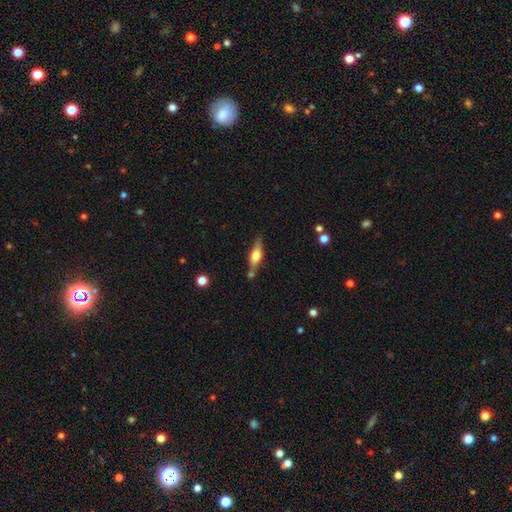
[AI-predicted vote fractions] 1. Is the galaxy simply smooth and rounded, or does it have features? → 53% featured or disk, 40% smooth, 7% star or artifact.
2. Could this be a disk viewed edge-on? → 92% yes, 8% no.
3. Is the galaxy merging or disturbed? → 70% none, 15% minor disturbance, 11% merger, 4% major disturbance.